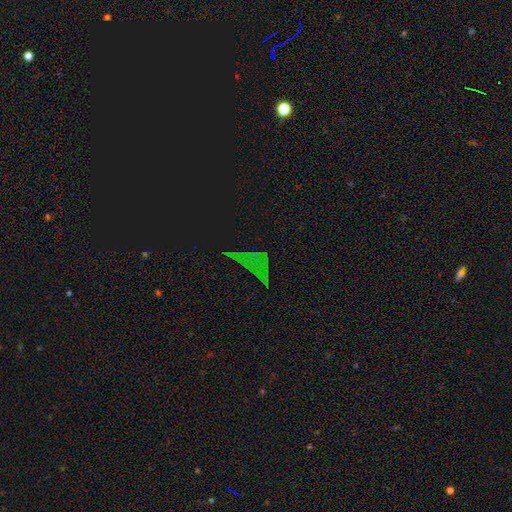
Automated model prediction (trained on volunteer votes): This is likely a star or artifact rather than a galaxy (67%).